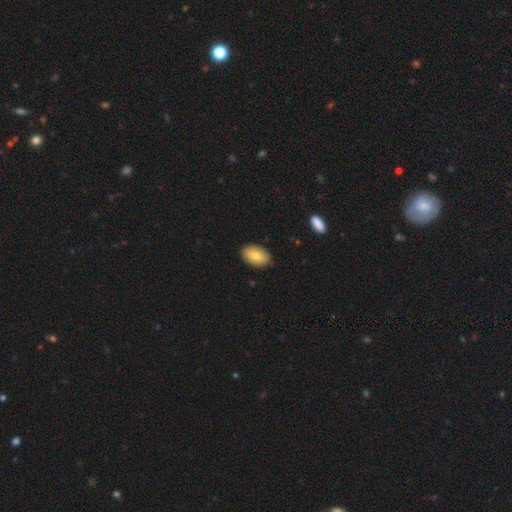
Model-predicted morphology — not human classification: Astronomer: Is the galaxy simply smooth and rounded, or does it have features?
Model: smooth — 76%.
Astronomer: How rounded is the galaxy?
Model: in between — 91%.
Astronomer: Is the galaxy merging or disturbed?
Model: none — 88%.